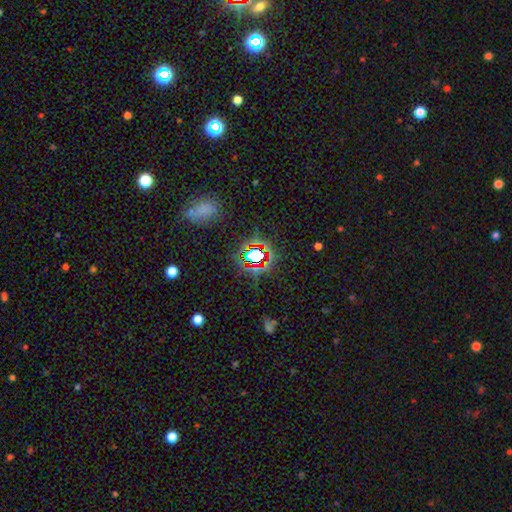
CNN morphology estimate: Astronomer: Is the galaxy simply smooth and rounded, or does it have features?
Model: star or artifact — 74%.